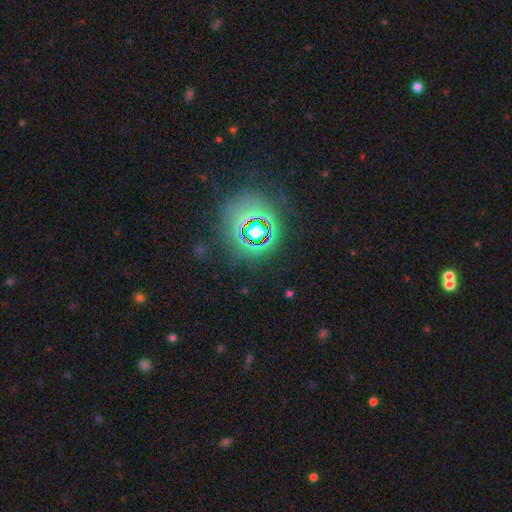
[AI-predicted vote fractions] smooth-or-featured: star or artifact: 74% | smooth: 16% | featured or disk: 10%